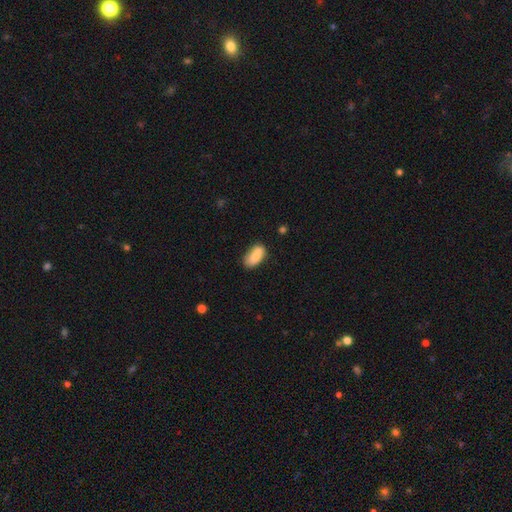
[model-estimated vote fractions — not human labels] A smooth galaxy with no disk features (82%) that is in between round and cigar-shaped (91%). Merging: none (65%).